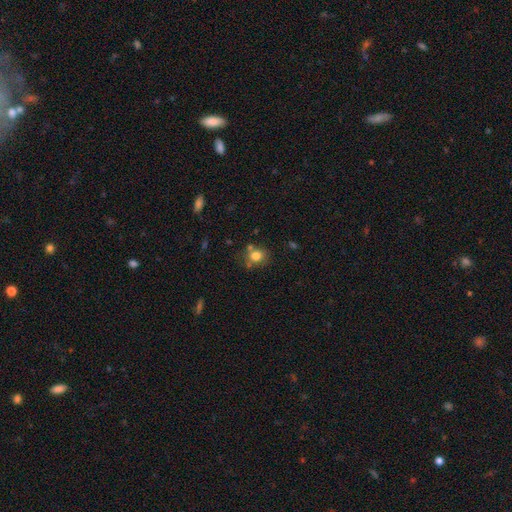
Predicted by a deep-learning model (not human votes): A smooth galaxy with no disk features (78%) that is round (72%). Merging: none (63%).